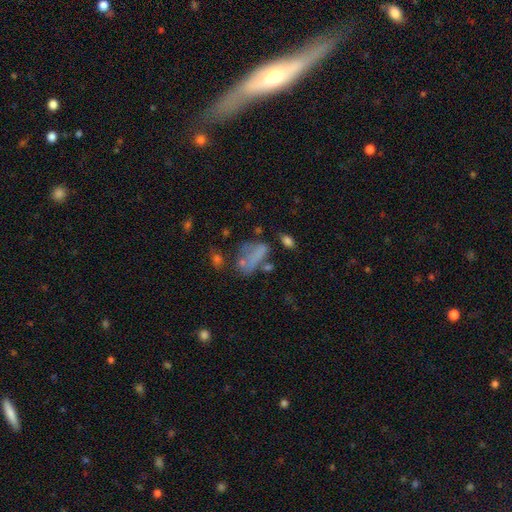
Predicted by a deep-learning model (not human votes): smooth 56%, featured or disk 26%, star or artifact 17%. Down the decision tree: how rounded — in between (78%); merging — none (33%).